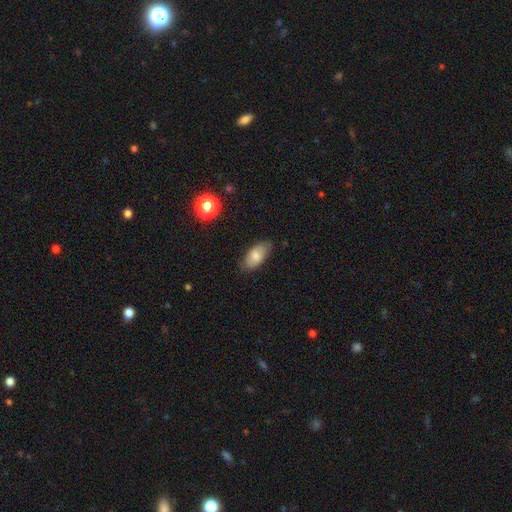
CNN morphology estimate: This appears to be a smooth galaxy with no disk features (76%) that is in between round and cigar-shaped (91%). Merging: none (80%).